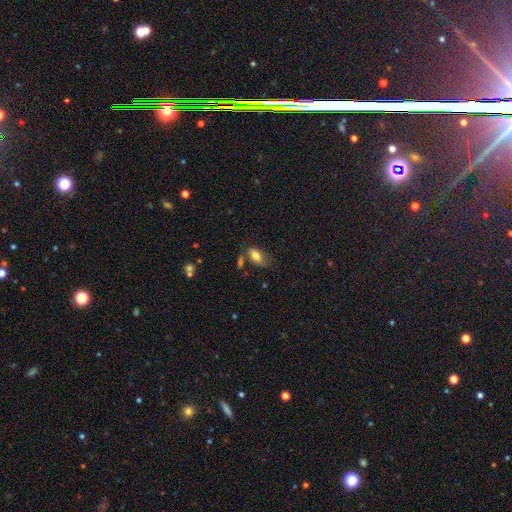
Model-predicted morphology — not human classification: smooth 80%, featured or disk 12%, star or artifact 8%. Down the decision tree: how rounded — in between (91%); merging — none (61%).